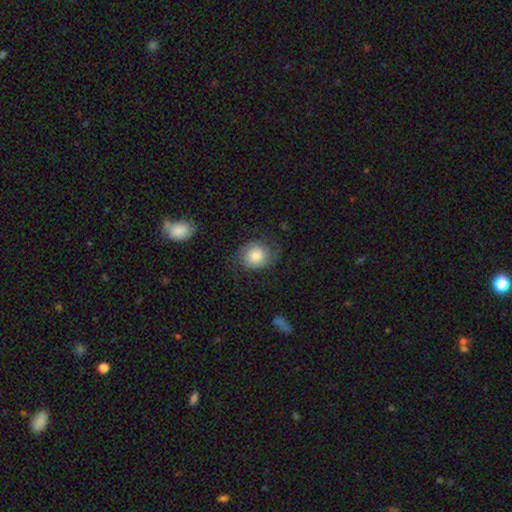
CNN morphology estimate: type=smooth (52%); roundness=round (69%); merging=none (66%).